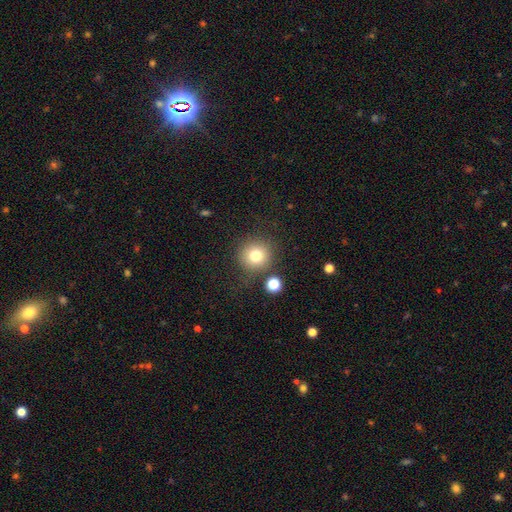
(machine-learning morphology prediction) Overall: smooth (78%). How rounded: round (94%). Merging: none (79%).